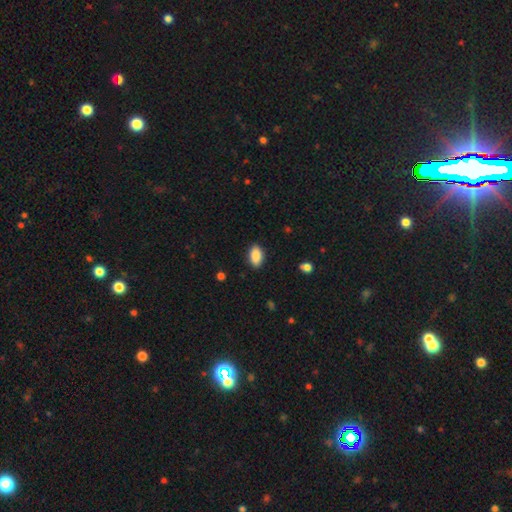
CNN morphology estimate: smooth_or_featured: smooth (p=0.89) [alt: star or artifact p=0.07]
how_rounded: in between (p=0.93) [alt: round p=0.05]
merging: none (p=0.88) [alt: minor disturbance p=0.09]